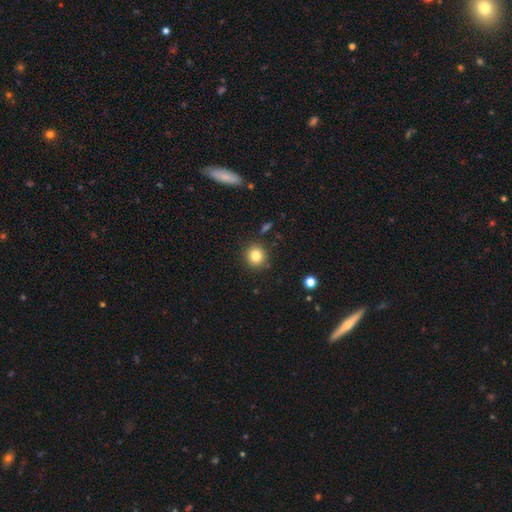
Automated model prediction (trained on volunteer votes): Smooth or featured?
  - smooth: 82% *
  - star or artifact: 11%
  - featured or disk: 7%
How rounded?
  - round: 90% *
  - in between: 9%
  - cigar-shaped: 1%
Merging?
  - none: 88% *
  - minor disturbance: 7%
  - merger: 2%
  - major disturbance: 2%